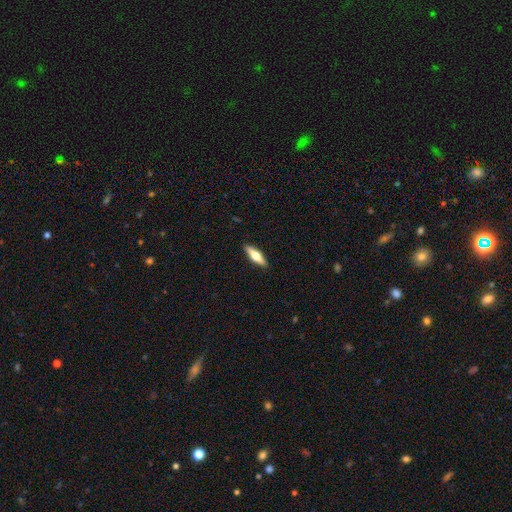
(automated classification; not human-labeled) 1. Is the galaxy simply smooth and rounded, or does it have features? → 56% smooth, 39% featured or disk, 6% star or artifact.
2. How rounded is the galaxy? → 58% cigar-shaped, 40% in between, 2% round.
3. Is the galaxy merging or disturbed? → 90% none, 8% minor disturbance, 2% major disturbance, 1% merger.